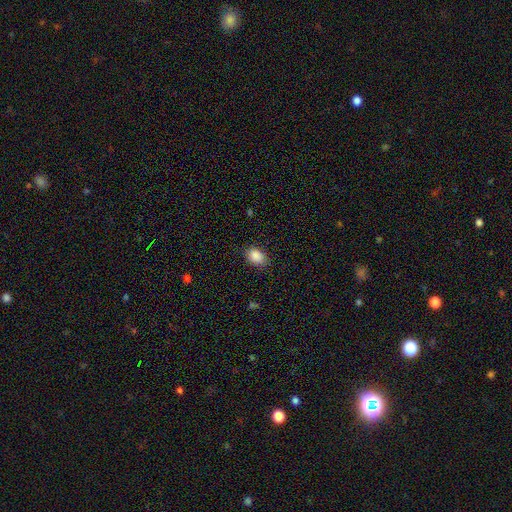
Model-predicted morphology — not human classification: Overall: smooth (88%). How rounded: in between (77%). Merging: none (82%).